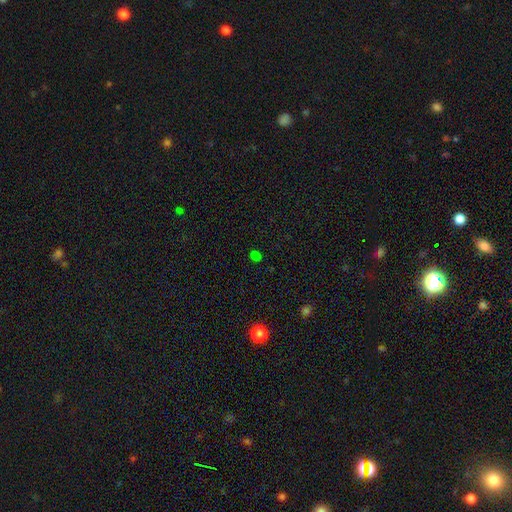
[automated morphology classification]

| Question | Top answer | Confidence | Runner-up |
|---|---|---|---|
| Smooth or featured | star or artifact | 47% | smooth (46%) |